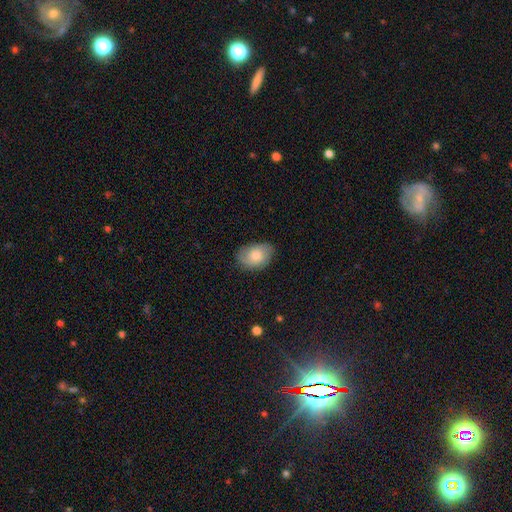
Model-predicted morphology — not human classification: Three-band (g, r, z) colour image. It shows a smooth galaxy with no disk features (75%) that is in between round and cigar-shaped (84%). Merging: none (76%).